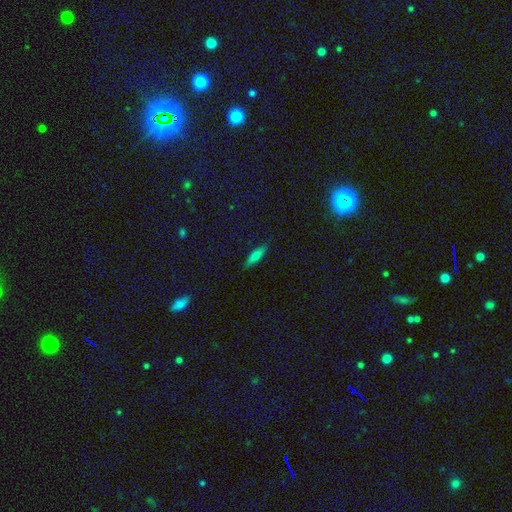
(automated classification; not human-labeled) Smooth or featured? Predicted: smooth (p=0.71). How rounded? Predicted: cigar-shaped (p=0.65). Merging? Predicted: none (p=0.86).